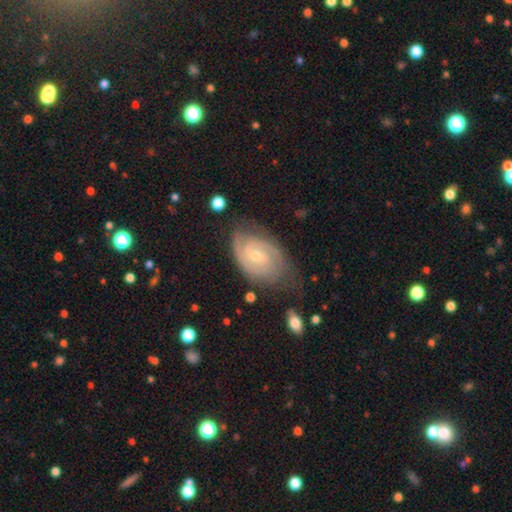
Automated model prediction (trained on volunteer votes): Morphology: type=featured or disk (84%); edge-on=no (97%); bar=no (48%); spiral arms=yes (96%); winding=tight (65%); arm count=2 (54%); bulge=small (62%); merging=none (63%).